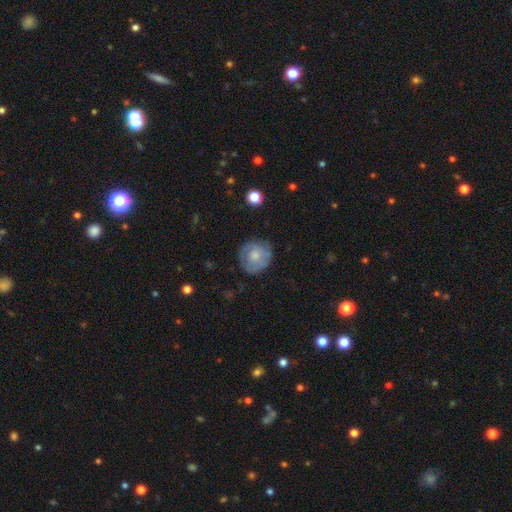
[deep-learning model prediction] smooth 57%, featured or disk 36%, star or artifact 7%. Down the decision tree: how rounded — round (86%); merging — none (71%).